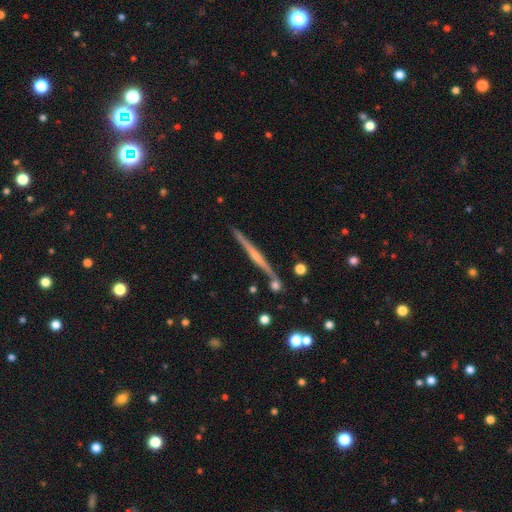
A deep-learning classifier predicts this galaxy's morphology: The model was most divided on "edge-on bulge": rounded: 69%, none: 22%, boxy: 9%. More confident: edge-on disk — yes (95%); merging — none (84%); smooth or featured — featured or disk (70%).